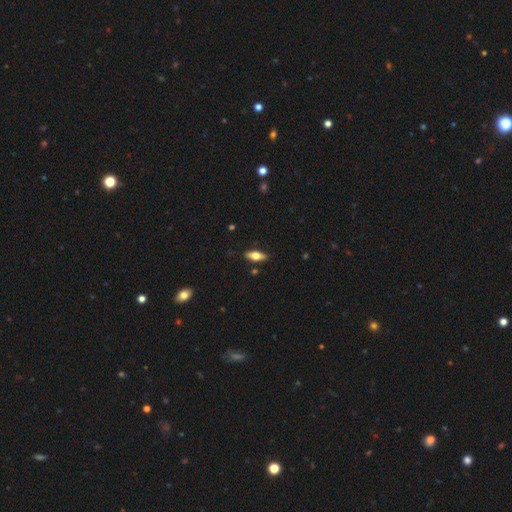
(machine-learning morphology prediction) smooth 58%, featured or disk 36%, star or artifact 7%. Down the decision tree: how rounded — in between (72%); merging — none (86%).